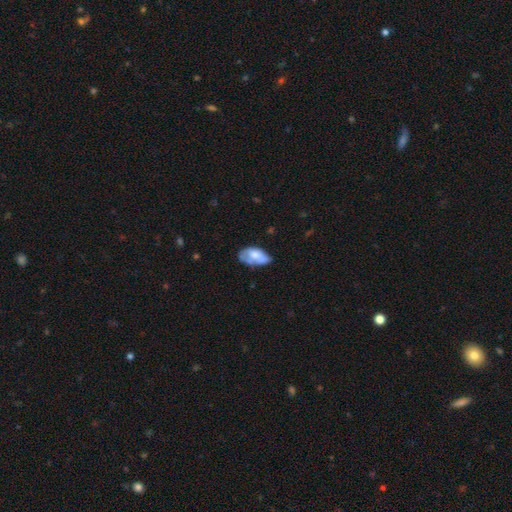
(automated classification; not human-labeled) The model was most divided on "merging" (2-way tie): none: 38%, minor disturbance: 38%, major disturbance: 16%, merger: 7%. More confident: how rounded — in between (93%); smooth or featured — smooth (61%).